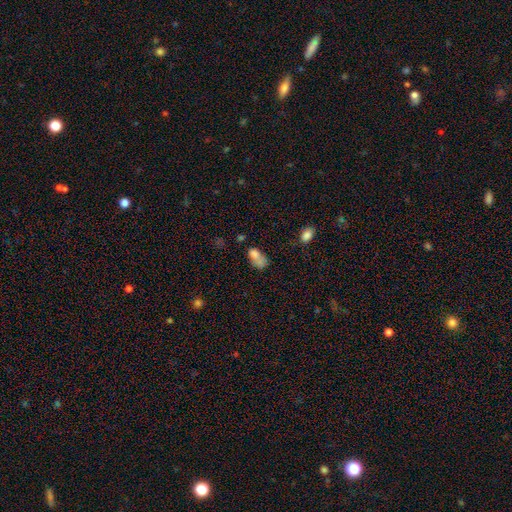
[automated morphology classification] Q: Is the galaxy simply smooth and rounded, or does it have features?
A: smooth — 71%.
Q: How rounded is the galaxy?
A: in between — 83%.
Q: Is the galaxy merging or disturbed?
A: merger — 30%.